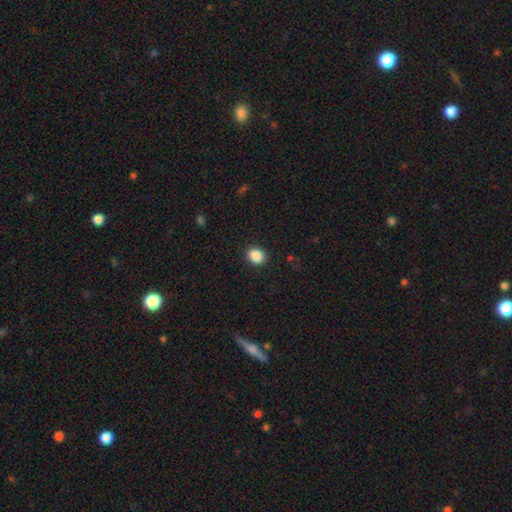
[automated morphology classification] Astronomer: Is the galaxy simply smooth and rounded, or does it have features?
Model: smooth — 89%.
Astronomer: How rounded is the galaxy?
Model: round — 57% (runner-up: in between, 42%).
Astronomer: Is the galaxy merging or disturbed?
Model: none — 89%.